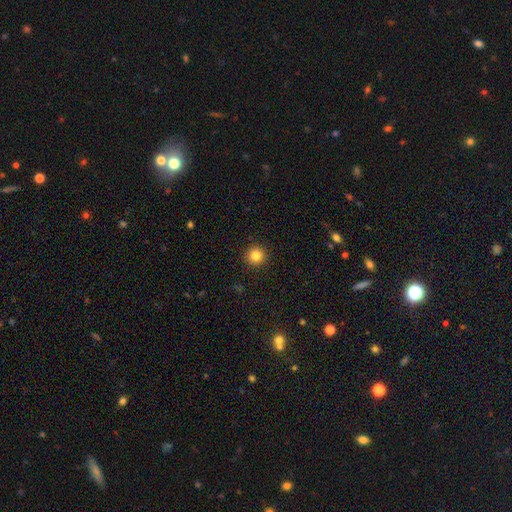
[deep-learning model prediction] A smooth galaxy with no disk features (83%) that is round (95%).

Vote fractions:
- Smooth or featured? smooth: 83% / star or artifact: 11% / featured or disk: 5%
- How rounded? round: 95% / in between: 4% / cigar-shaped: 1%
- Merging? none: 93% / minor disturbance: 5% / major disturbance: 2% / merger: 1%